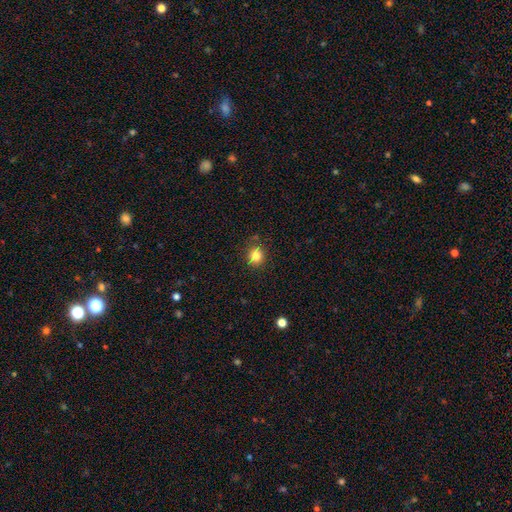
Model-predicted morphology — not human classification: Smooth or featured? Predicted: smooth (p=0.83). How rounded? Predicted: round (p=0.78). Merging? Predicted: none (p=0.83).